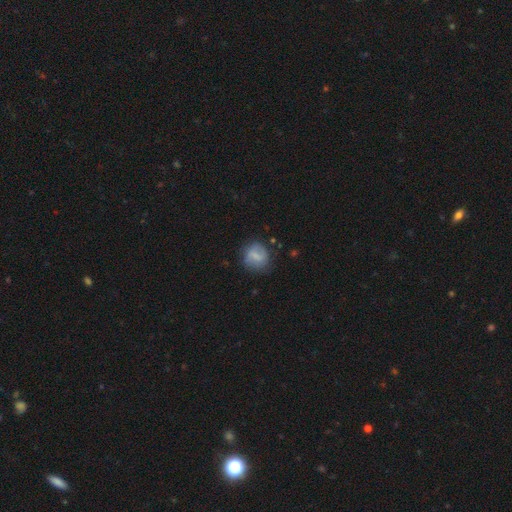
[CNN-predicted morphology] A smooth galaxy with no disk features (58%) that is round (78%). Merging: none (73%).